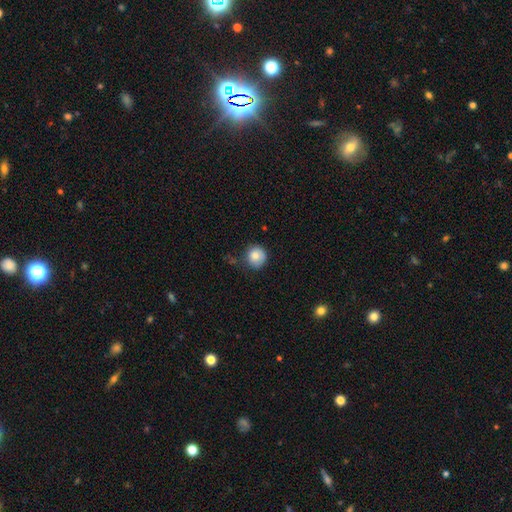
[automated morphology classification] smooth_or_featured: smooth (p=0.80) [alt: featured or disk p=0.11]
how_rounded: round (p=0.90) [alt: in between p=0.09]
merging: none (p=0.71) [alt: minor disturbance p=0.22]